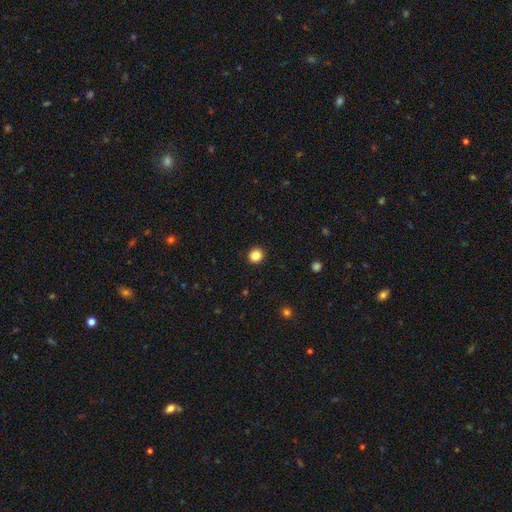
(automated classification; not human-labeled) Smooth or featured: smooth — 87% (star or artifact — 11%)
How rounded: round — 87% (in between — 12%)
Merging: none — 92% (minor disturbance — 5%)